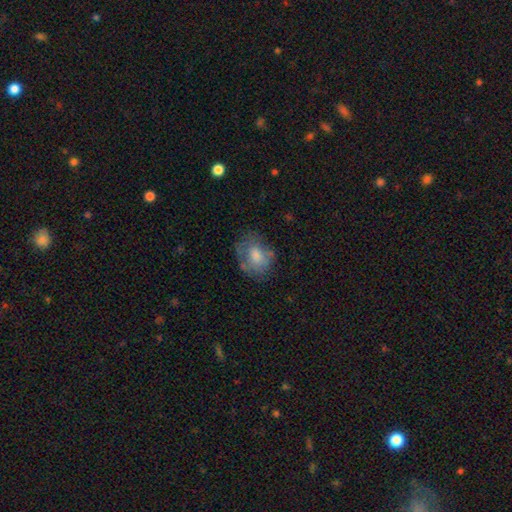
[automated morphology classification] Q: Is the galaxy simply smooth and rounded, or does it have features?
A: smooth — 63%.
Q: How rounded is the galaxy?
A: in between — 56%.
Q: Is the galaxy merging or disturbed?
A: none — 59%.